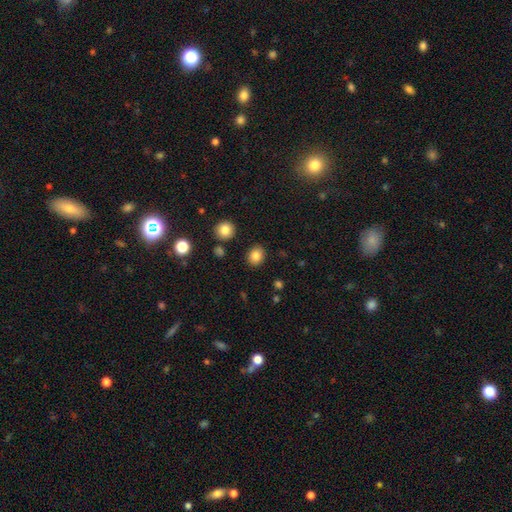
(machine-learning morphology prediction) A smooth galaxy with no disk features (83%) that is round (63%). Merging: none (88%).